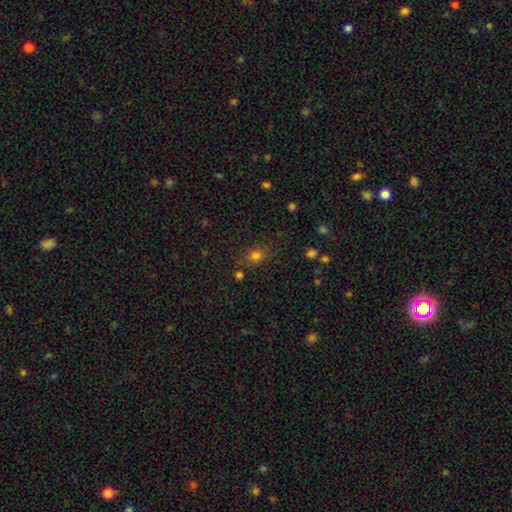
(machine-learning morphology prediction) Q: Smooth or featured?
A: smooth (75%); runner-up: star or artifact (18%)
Q: How rounded?
A: round (58%); runner-up: in between (41%)
Q: Merging?
A: none (73%); runner-up: minor disturbance (15%)